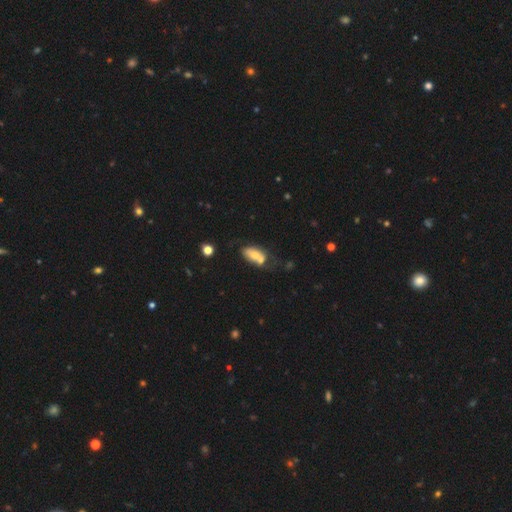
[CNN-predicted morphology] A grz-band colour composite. It shows a smooth galaxy with no disk features (66%) that is in between round and cigar-shaped (88%). Merging: none (37%).